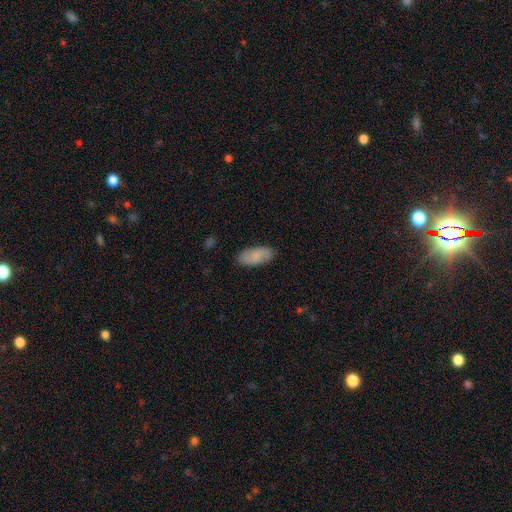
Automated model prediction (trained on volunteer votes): A smooth galaxy with no disk features (75%) that is in between round and cigar-shaped (87%).

Vote fractions:
- Smooth or featured? smooth: 75% / featured or disk: 18% / star or artifact: 6%
- How rounded? in between: 87% / cigar-shaped: 11% / round: 2%
- Merging? none: 86% / minor disturbance: 11% / major disturbance: 2% / merger: 1%